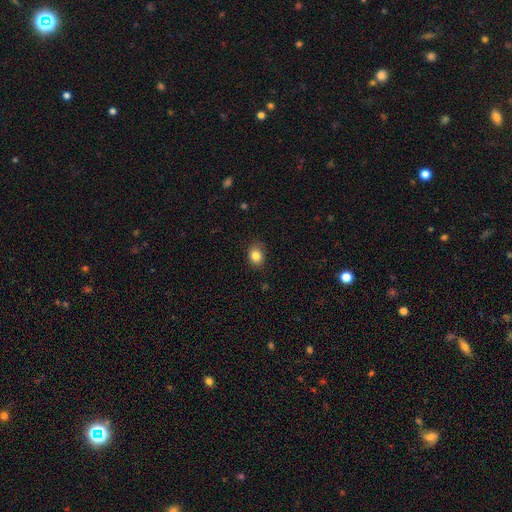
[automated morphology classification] Smooth or featured?
  - smooth: 84% *
  - star or artifact: 10%
  - featured or disk: 6%
How rounded?
  - in between: 52% *
  - round: 47%
  - cigar-shaped: 1%
Merging?
  - none: 81% *
  - minor disturbance: 15%
  - major disturbance: 3%
  - merger: 1%